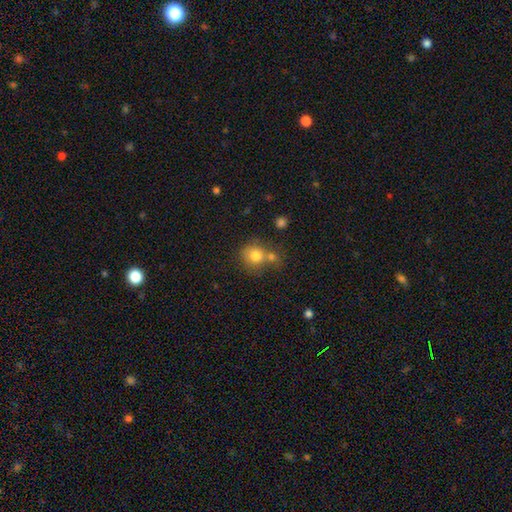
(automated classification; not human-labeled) A smooth galaxy with no disk features (79%) that is round (82%).

Vote fractions:
- Smooth or featured? smooth: 79% / star or artifact: 11% / featured or disk: 10%
- How rounded? round: 82% / in between: 17% / cigar-shaped: 1%
- Merging? none: 48% / merger: 36% / minor disturbance: 12% / major disturbance: 5%